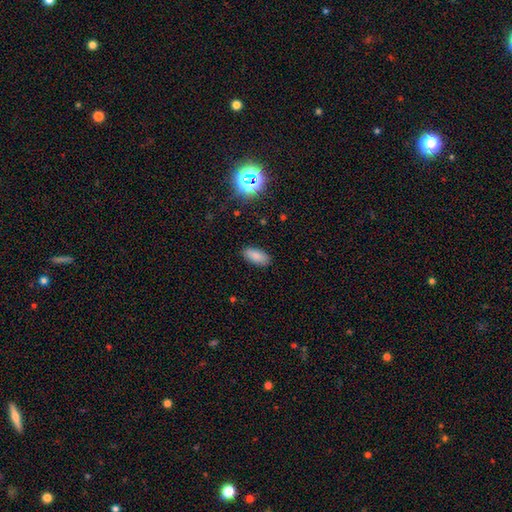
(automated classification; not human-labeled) The model was most divided on "smooth or featured": smooth: 85%, star or artifact: 10%, featured or disk: 6%. More confident: how rounded — in between (89%); merging — none (88%).